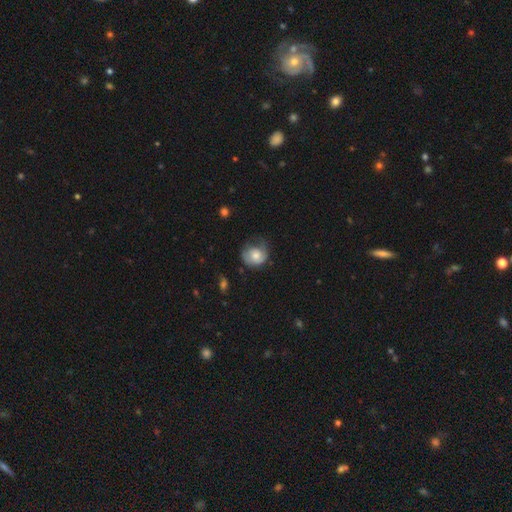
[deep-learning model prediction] Overall: smooth (55%; featured or disk 38%). How rounded: round (71%). Merging: none (43%; minor disturbance 31%).